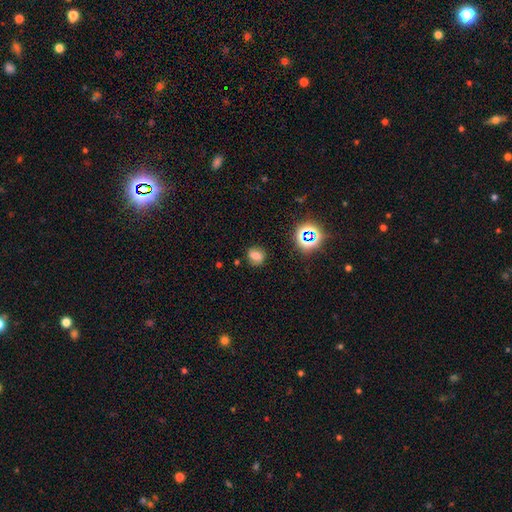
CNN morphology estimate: The model was most divided on "how rounded": round: 68%, in between: 31%, cigar-shaped: 1%. More confident: merging — none (82%); smooth or featured — smooth (60%).